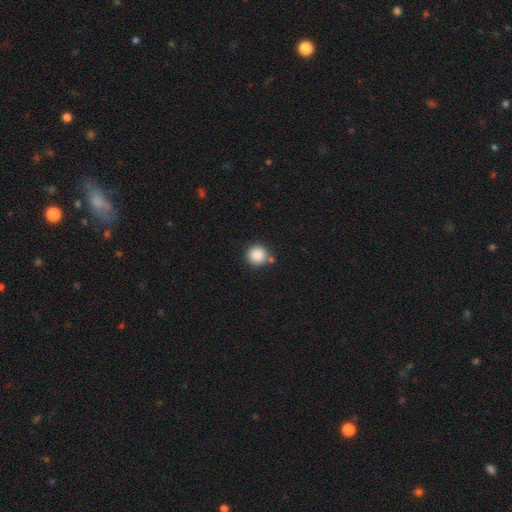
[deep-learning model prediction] The model was most divided on "merging": none: 80%, minor disturbance: 9%, merger: 8%, major disturbance: 3%. More confident: how rounded — round (94%); smooth or featured — smooth (88%).